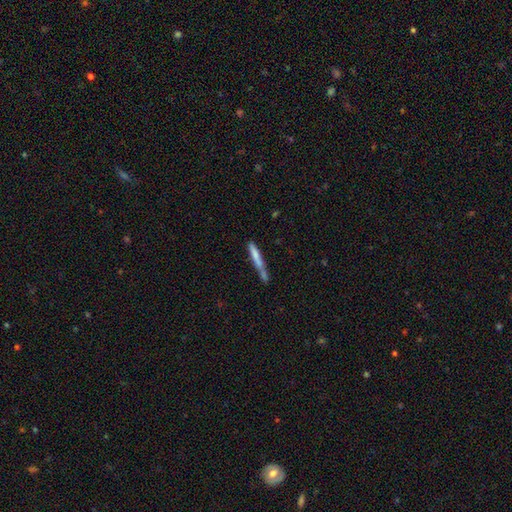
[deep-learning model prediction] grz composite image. It shows a smooth galaxy with no disk features (67%) that is cigar-shaped (93%). Merging: none (47%).